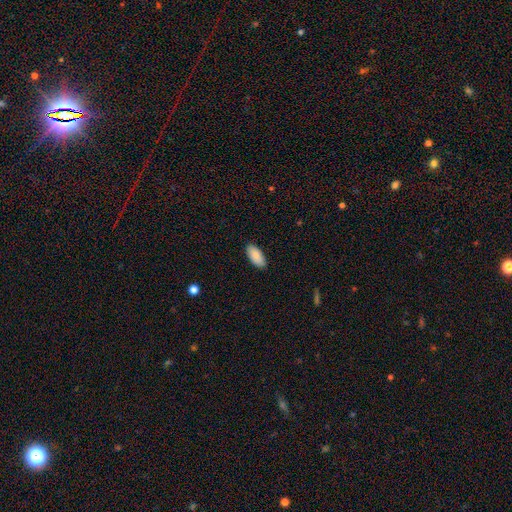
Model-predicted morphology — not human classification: Smooth or featured?
  - smooth: 88% *
  - featured or disk: 6%
  - star or artifact: 6%
How rounded?
  - in between: 92% *
  - cigar-shaped: 6%
  - round: 2%
Merging?
  - none: 87% *
  - minor disturbance: 10%
  - major disturbance: 2%
  - merger: 1%